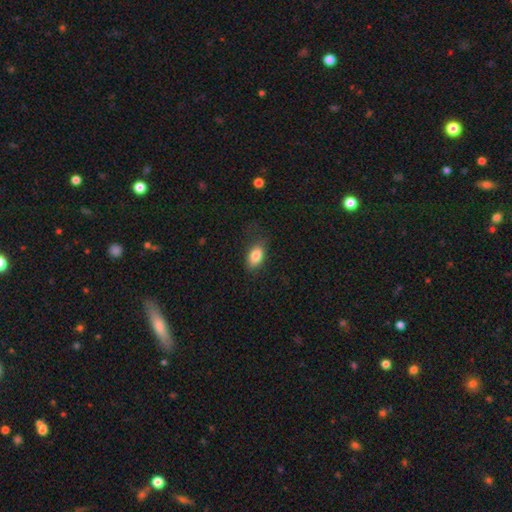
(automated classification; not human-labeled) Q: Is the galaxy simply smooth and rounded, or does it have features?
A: smooth — 84%.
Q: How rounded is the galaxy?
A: in between — 89%.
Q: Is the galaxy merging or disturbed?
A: none — 73%.